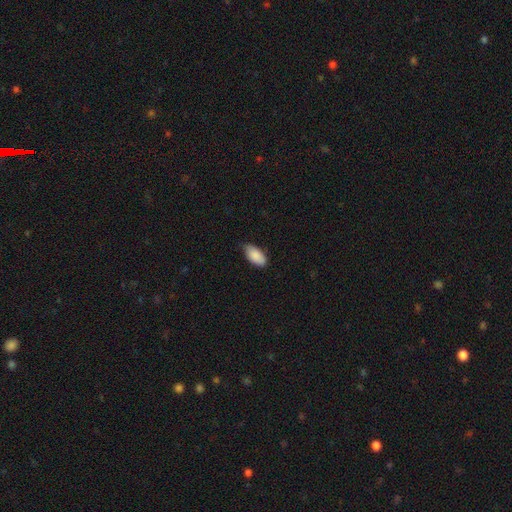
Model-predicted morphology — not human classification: This is clearly a smooth galaxy (88%). How rounded: clearly in between (93%). Merging: likely none (70%).